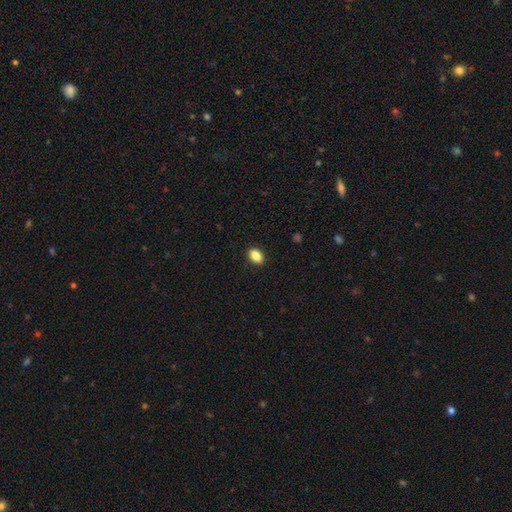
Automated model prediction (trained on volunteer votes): Q: Smooth or featured?
A: smooth (87%); runner-up: star or artifact (8%)
Q: How rounded?
A: in between (87%); runner-up: round (11%)
Q: Merging?
A: none (90%); runner-up: minor disturbance (7%)